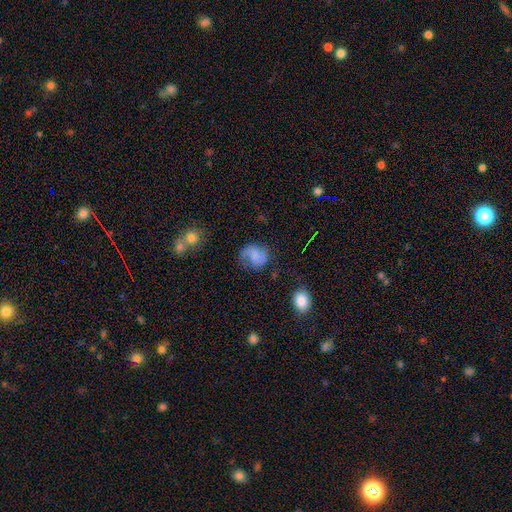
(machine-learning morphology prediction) Smooth or featured? featured or disk (45%, tied with smooth)
Merging? none (52%)